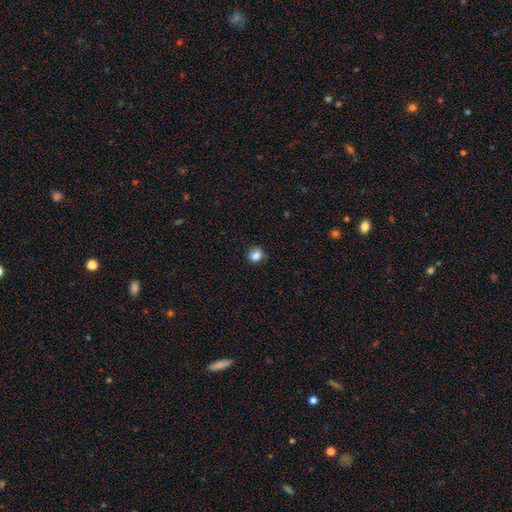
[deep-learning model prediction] Smooth or featured? smooth (84%)
How rounded? round (78%)
Merging? none (83%)